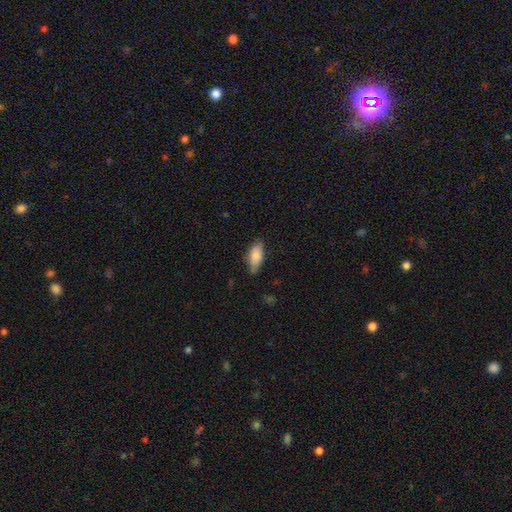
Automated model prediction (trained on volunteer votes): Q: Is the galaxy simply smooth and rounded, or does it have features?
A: smooth — 79%.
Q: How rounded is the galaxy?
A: in between — 86%.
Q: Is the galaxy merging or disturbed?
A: none — 70%.